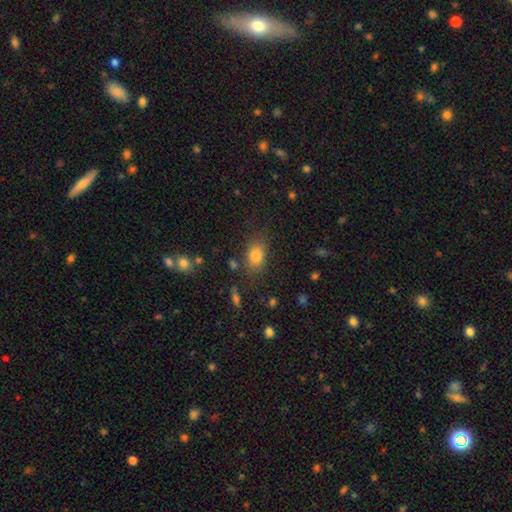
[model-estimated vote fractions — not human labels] Morphology: type=smooth (81%); roundness=in between (77%); merging=none (72%).